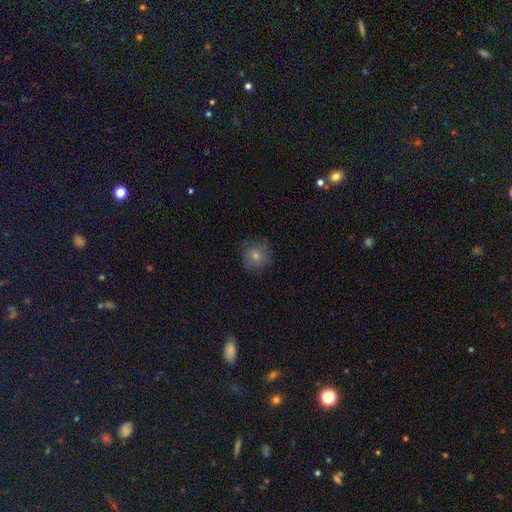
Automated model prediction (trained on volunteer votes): Smooth or featured: smooth — 58% (featured or disk — 24%)
How rounded: round — 91% (in between — 8%)
Merging: none — 82% (minor disturbance — 13%)